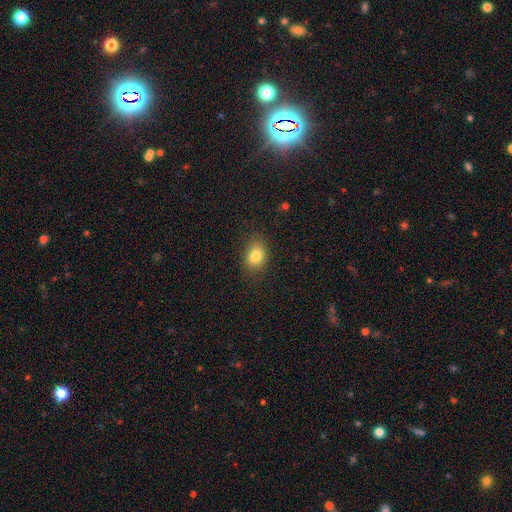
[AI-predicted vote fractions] Morphology: type=smooth (80%); roundness=in between (65%); merging=none (76%).